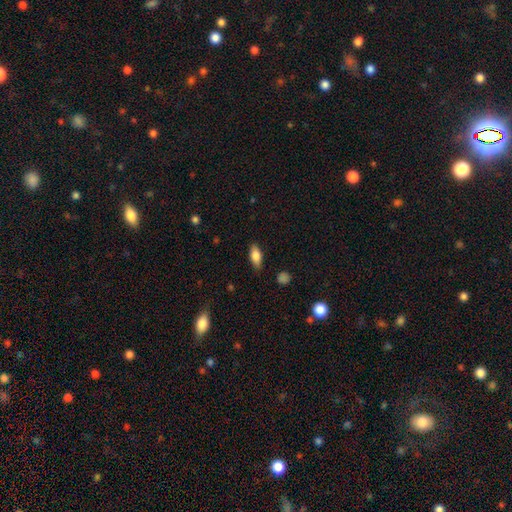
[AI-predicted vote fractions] A smooth galaxy with no disk features (81%) that is in between round and cigar-shaped (83%).

Vote fractions:
- Smooth or featured? smooth: 81% / featured or disk: 12% / star or artifact: 7%
- How rounded? in between: 83% / cigar-shaped: 13% / round: 3%
- Merging? none: 84% / minor disturbance: 13% / major disturbance: 3% / merger: 1%